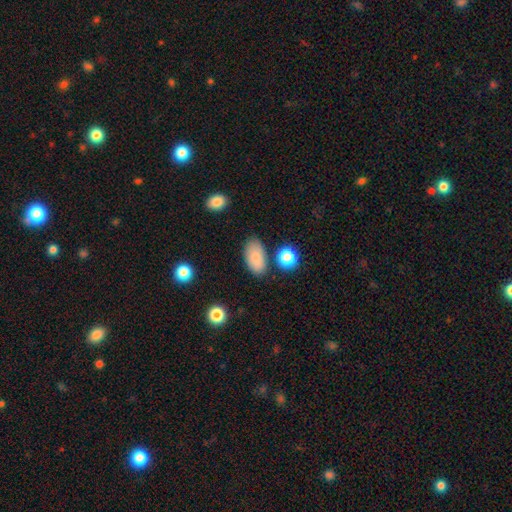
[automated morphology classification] Smooth or featured? smooth (83%)
How rounded? in between (94%)
Merging? none (76%)